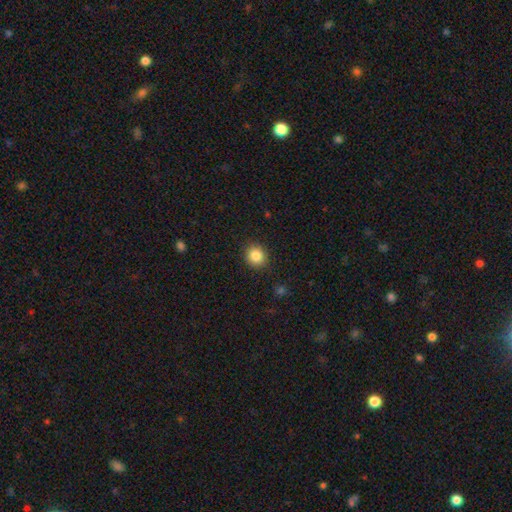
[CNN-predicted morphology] A smooth galaxy with no disk features (85%) that is round (82%). Merging: none (89%).